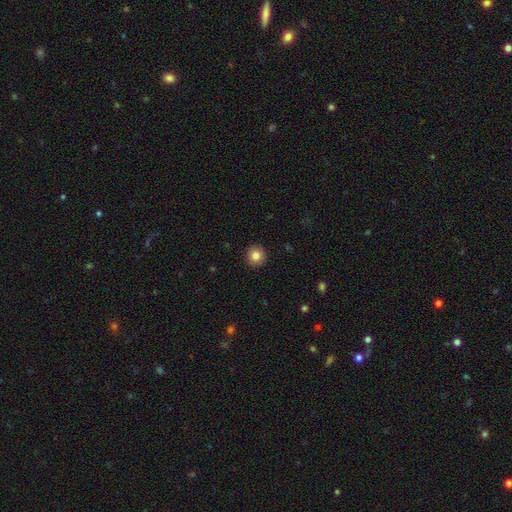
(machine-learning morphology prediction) smooth_or_featured: smooth (p=0.84) [alt: star or artifact p=0.10]
how_rounded: round (p=0.95) [alt: in between p=0.04]
merging: none (p=0.93) [alt: minor disturbance p=0.05]